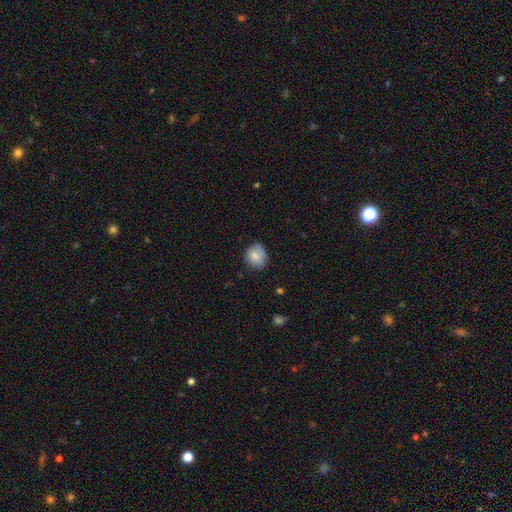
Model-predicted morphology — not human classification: type=smooth (81%); roundness=round (70%); merging=none (70%).